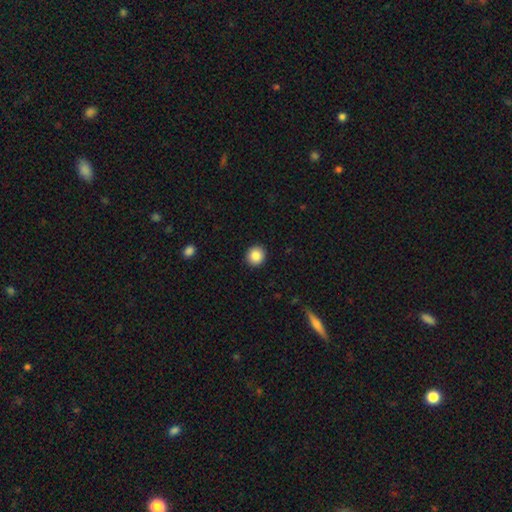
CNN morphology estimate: Overall: smooth (87%). How rounded: round (90%). Merging: none (92%).